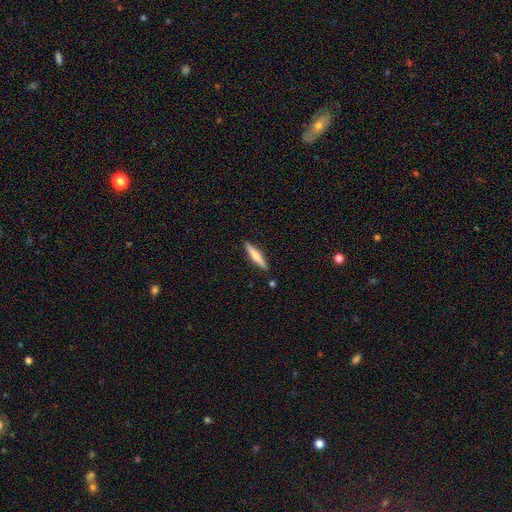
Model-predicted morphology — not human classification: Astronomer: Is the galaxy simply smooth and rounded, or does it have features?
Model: smooth — 55% (runner-up: featured or disk, 39%).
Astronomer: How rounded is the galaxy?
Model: cigar-shaped — 88%.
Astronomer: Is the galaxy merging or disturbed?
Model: none — 89%.